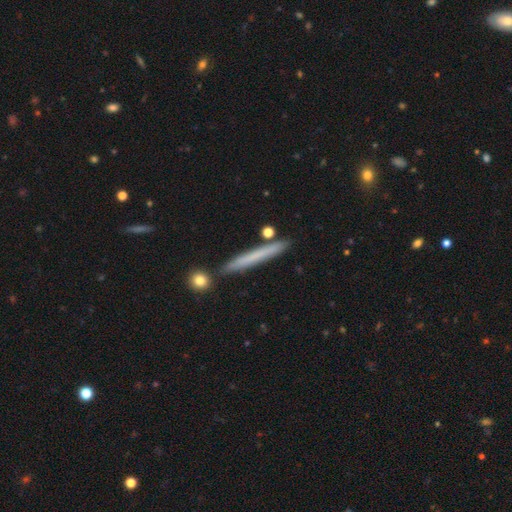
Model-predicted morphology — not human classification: smooth_or_featured: smooth (p=0.59) [alt: featured or disk p=0.34]
how_rounded: cigar-shaped (p=0.96) [alt: in between p=0.02]
merging: none (p=0.86) [alt: minor disturbance p=0.09]